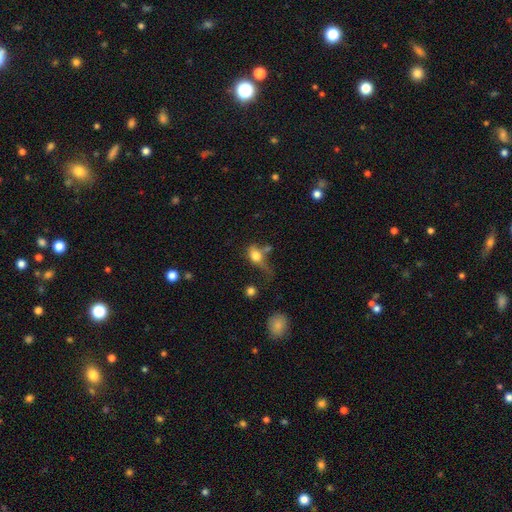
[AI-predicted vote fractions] Smooth or featured? Predicted: smooth (p=0.71). How rounded? Predicted: in between (p=0.63). Merging? Predicted: major disturbance (p=0.29, tied with none).